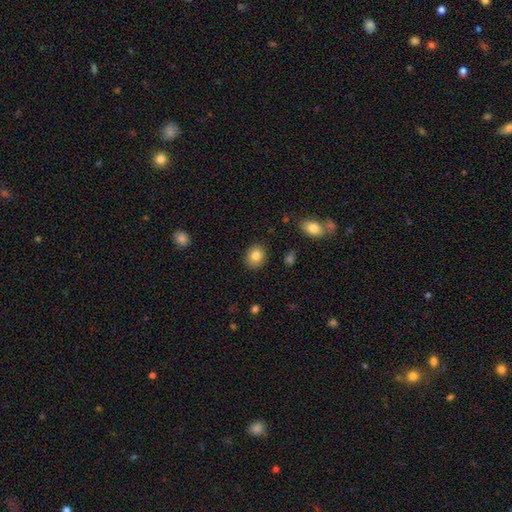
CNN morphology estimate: smooth_or_featured: smooth (p=0.83) [alt: star or artifact p=0.09]
how_rounded: round (p=0.66) [alt: in between p=0.33]
merging: none (p=0.88) [alt: minor disturbance p=0.08]